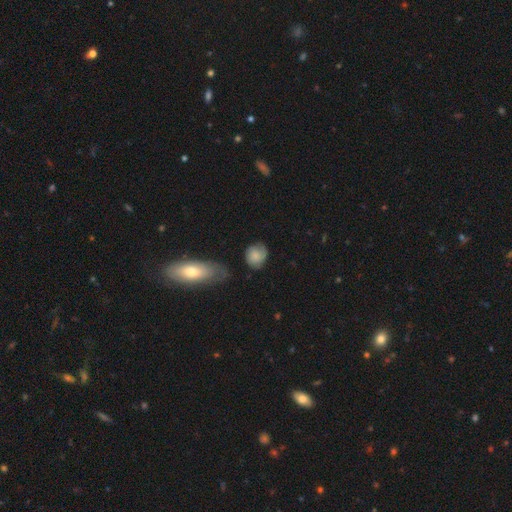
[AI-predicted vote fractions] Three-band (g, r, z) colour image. It shows a smooth galaxy with no disk features (71%) that is round (68%). Merging: none (59%).